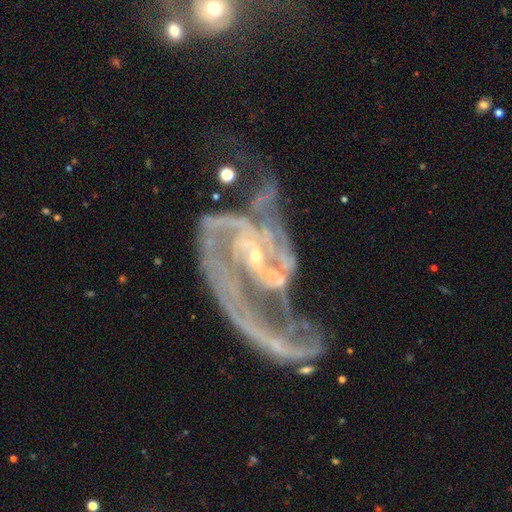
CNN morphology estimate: Overall: featured or disk (88%). Edge-on disk: no (97%). Bar: no (52%; weak 31%). Spiral arms: yes (92%). Spiral arm count: 2 (53%; can't tell 14%). Spiral winding: medium (41%; loose 35%). Bulge size: small (77%). Merging: major disturbance (39%; merger 28%).